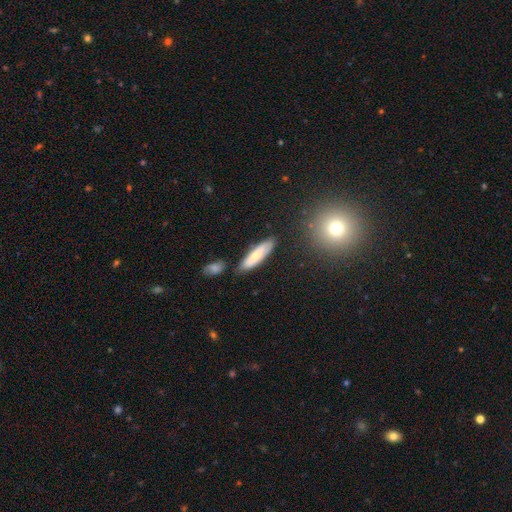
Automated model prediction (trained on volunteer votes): smooth-or-featured: smooth: 70% | featured or disk: 23% | star or artifact: 7%
  how-rounded: cigar-shaped: 67% | in between: 31% | round: 2%
  merging: none: 77% | minor disturbance: 14% | merger: 6% | major disturbance: 3%